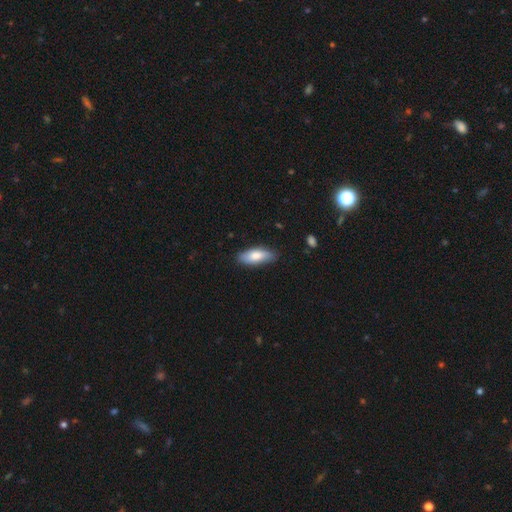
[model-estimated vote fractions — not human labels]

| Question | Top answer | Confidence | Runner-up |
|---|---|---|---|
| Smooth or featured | smooth | 78% | featured or disk (16%) |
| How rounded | in between | 73% | cigar-shaped (25%) |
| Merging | none | 83% | minor disturbance (13%) |